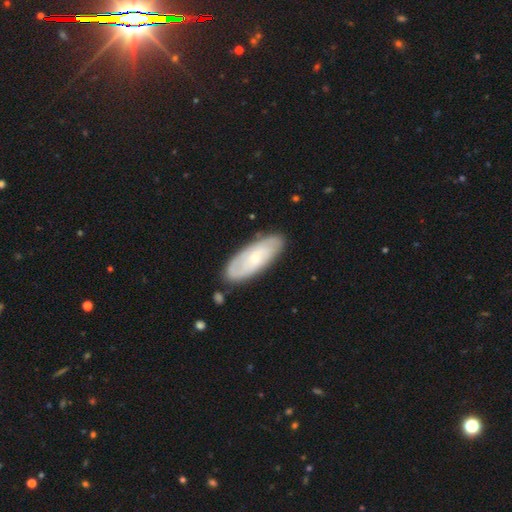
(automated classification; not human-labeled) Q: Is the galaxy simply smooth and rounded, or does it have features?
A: featured or disk — 54%.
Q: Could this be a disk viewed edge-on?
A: no — 84%.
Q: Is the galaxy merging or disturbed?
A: none — 83%.